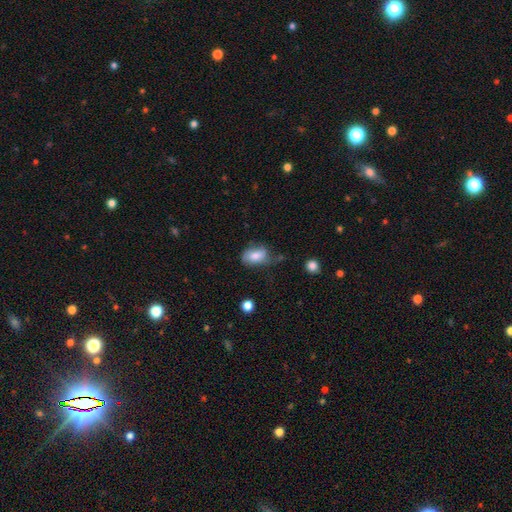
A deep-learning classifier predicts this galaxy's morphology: Smooth or featured?
  - smooth: 75% *
  - featured or disk: 17%
  - star or artifact: 8%
How rounded?
  - in between: 89% *
  - round: 9%
  - cigar-shaped: 2%
Merging?
  - none: 43% *
  - minor disturbance: 35%
  - major disturbance: 17%
  - merger: 5%